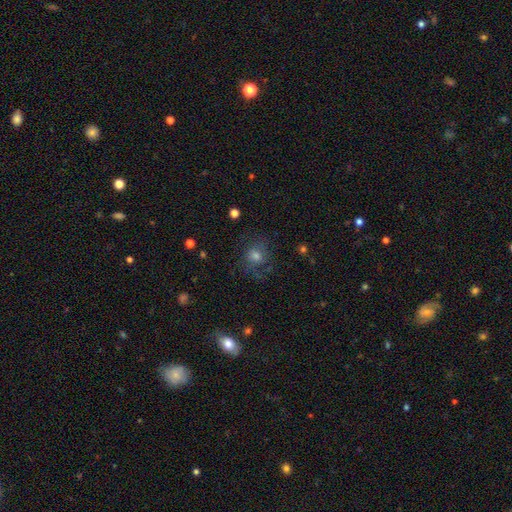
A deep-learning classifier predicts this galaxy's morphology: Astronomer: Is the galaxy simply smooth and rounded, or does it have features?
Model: smooth — 48% (runner-up: featured or disk, 30%).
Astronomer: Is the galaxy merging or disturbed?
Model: none — 66%.